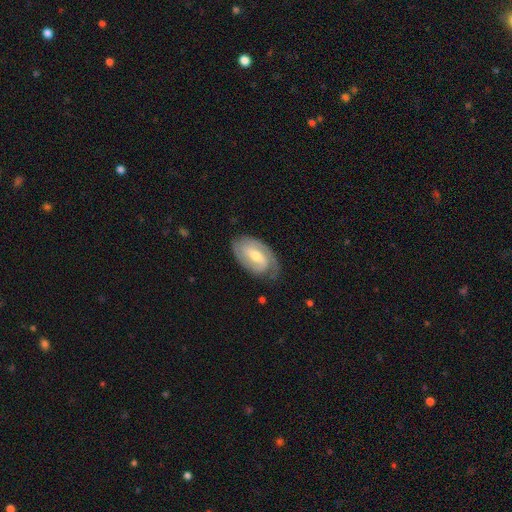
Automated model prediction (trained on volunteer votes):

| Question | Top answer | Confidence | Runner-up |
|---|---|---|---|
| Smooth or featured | featured or disk | 80% | smooth (15%) |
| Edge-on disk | no | 96% | yes (4%) |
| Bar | weak | 47% | strong (29%) |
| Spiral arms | yes | 93% | no (7%) |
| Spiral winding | tight | 52% | medium (36%) |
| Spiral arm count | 2 | 68% | 1 (15%) |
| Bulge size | moderate | 54% | small (40%) |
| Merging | none | 72% | minor disturbance (20%) |